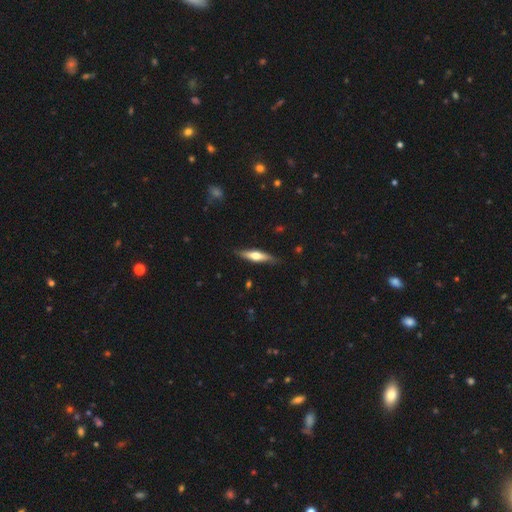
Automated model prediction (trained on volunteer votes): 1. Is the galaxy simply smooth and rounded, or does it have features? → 49% featured or disk, 46% smooth, 5% star or artifact.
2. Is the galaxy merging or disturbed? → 84% none, 12% minor disturbance, 2% major disturbance, 1% merger.